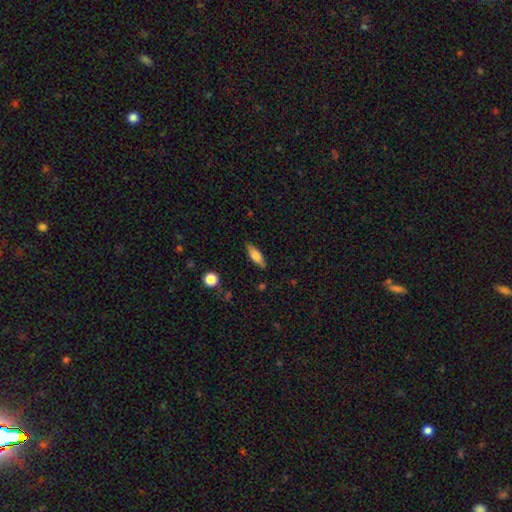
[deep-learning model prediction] This is likely a smooth galaxy (65%). How rounded: possibly in between (58%). Merging: clearly none (85%).